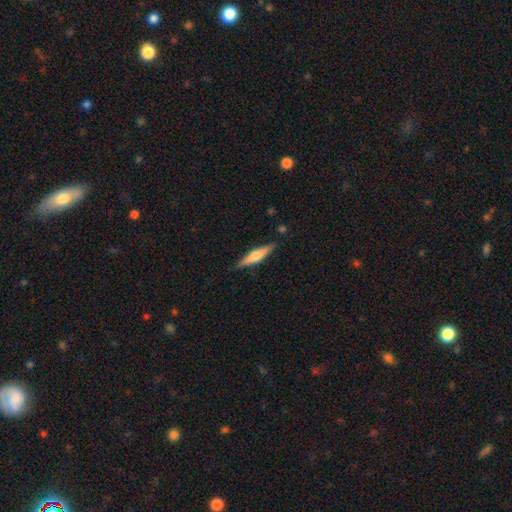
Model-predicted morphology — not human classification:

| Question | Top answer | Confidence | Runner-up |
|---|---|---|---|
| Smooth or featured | featured or disk | 56% | smooth (38%) |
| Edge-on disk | yes | 96% | no (4%) |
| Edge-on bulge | rounded | 81% | boxy (12%) |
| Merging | none | 87% | minor disturbance (10%) |